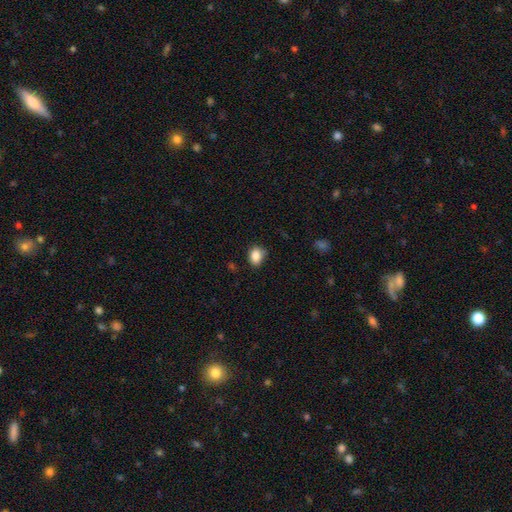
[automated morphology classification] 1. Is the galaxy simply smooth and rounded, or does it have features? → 86% smooth, 9% star or artifact, 5% featured or disk.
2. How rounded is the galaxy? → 63% in between, 36% round, 1% cigar-shaped.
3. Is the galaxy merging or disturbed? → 73% none, 20% minor disturbance, 4% major disturbance, 2% merger.